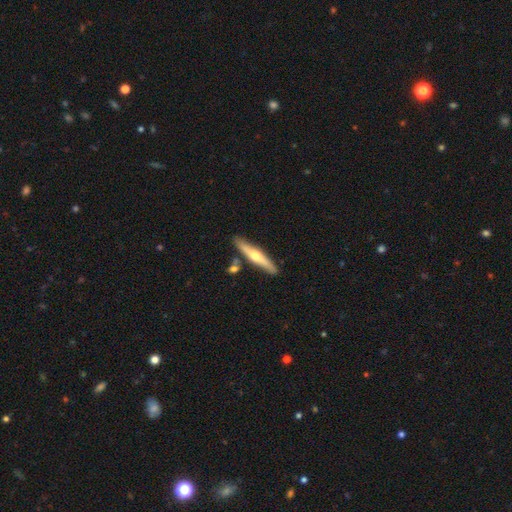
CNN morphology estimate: Overall: featured or disk (57%; smooth 38%). Edge-on disk: yes (92%). Edge-on bulge: rounded (88%). Merging: none (82%).